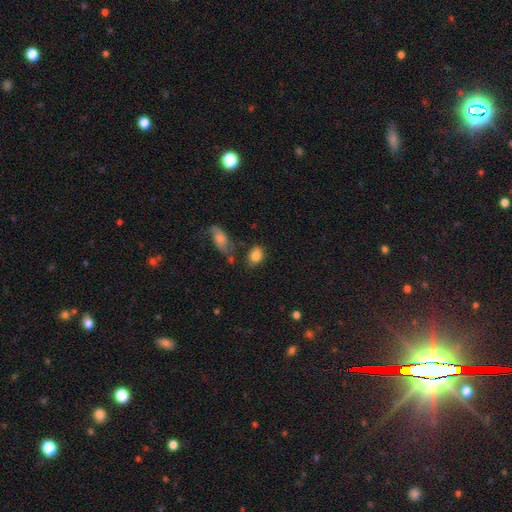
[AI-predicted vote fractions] smooth_or_featured: smooth (p=0.83) [alt: featured or disk p=0.09]
how_rounded: in between (p=0.69) [alt: round p=0.29]
merging: none (p=0.65) [alt: minor disturbance p=0.19]